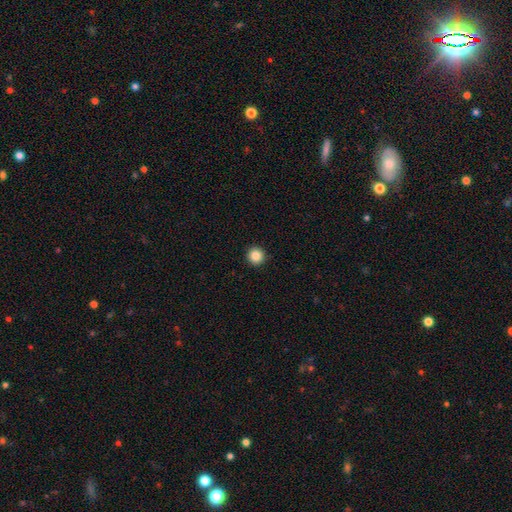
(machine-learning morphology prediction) type=smooth (86%); roundness=round (96%); merging=none (94%).